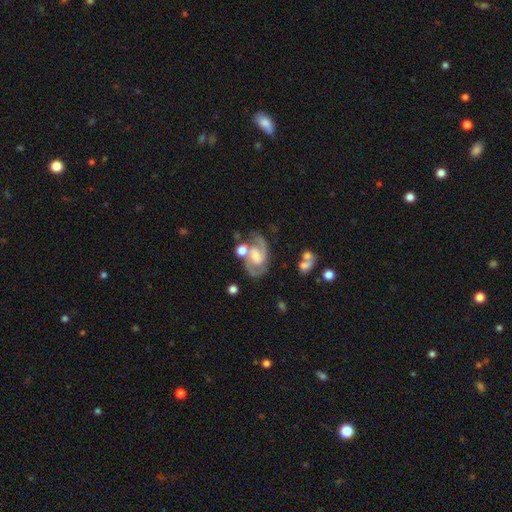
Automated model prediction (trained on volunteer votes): Smooth or featured: featured or disk — 85% (smooth — 10%)
Edge-on disk: no — 97% (yes — 3%)
Bar: weak — 46% (no — 38%)
Spiral arms: yes — 95% (no — 5%)
Spiral winding: medium — 56% (tight — 29%)
Spiral arm count: 2 — 89% (can't tell — 4%)
Bulge size: moderate — 41% (tied with small — 41%)
Merging: none — 60% (minor disturbance — 17%)